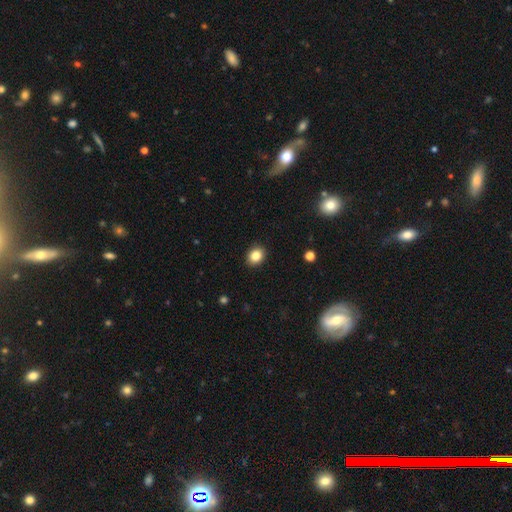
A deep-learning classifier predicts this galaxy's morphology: This is clearly a smooth galaxy (85%). How rounded: possibly round (57%). Merging: clearly none (90%).